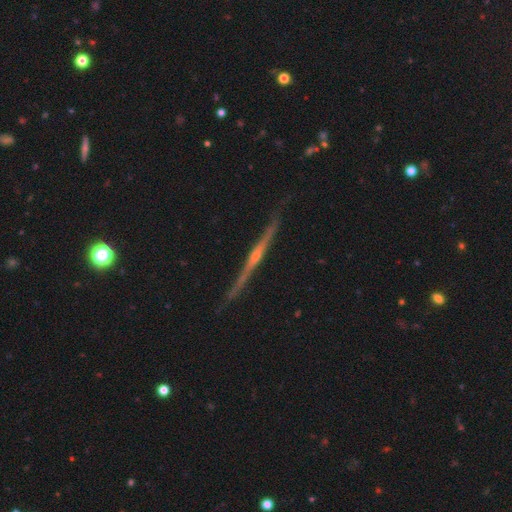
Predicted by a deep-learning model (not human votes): A featured or disk galaxy (83%) viewed edge-on (98%) with a rounded central bulge (72%).

Vote fractions:
- Smooth or featured? featured or disk: 83% / smooth: 11% / star or artifact: 6%
- Edge-on disk? yes: 98% / no: 2%
- Edge-on bulge? rounded: 72% / none: 20% / boxy: 7%
- Merging? none: 87% / minor disturbance: 10% / major disturbance: 2% / merger: 1%